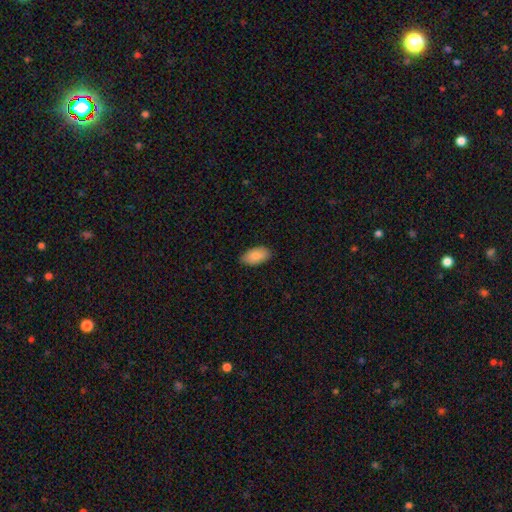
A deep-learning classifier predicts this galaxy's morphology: smooth 87%, featured or disk 6%, star or artifact 6%. Down the decision tree: how rounded — in between (95%); merging — none (84%).